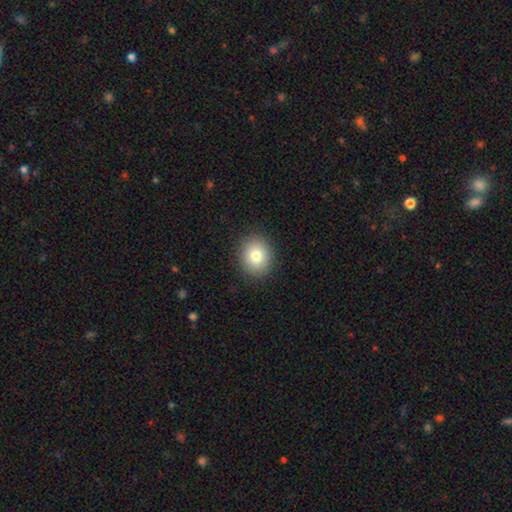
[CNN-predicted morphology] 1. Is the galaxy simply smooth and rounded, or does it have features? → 81% smooth, 10% star or artifact, 9% featured or disk.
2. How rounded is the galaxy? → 70% round, 30% in between, 1% cigar-shaped.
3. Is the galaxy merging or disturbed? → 90% none, 7% minor disturbance, 2% major disturbance, 1% merger.